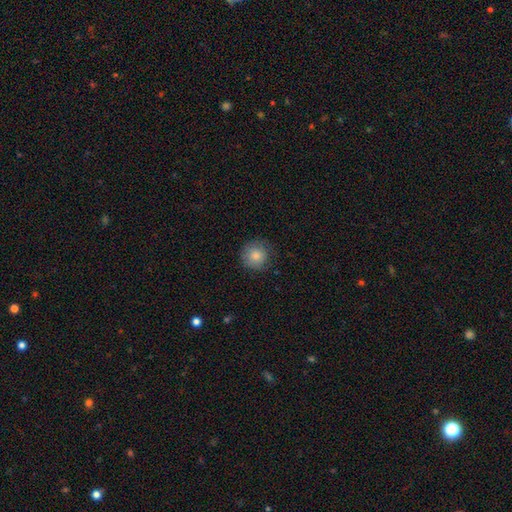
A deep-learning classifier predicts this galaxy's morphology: Q: Smooth or featured?
A: smooth (84%); runner-up: star or artifact (8%)
Q: How rounded?
A: round (94%); runner-up: in between (5%)
Q: Merging?
A: none (82%); runner-up: minor disturbance (14%)